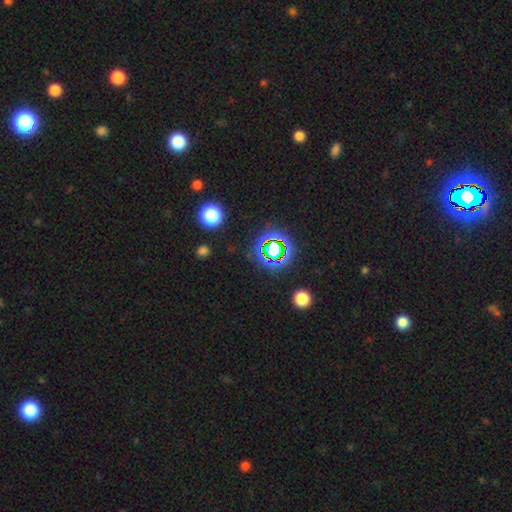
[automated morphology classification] A star or artifact, not a galaxy (67%).